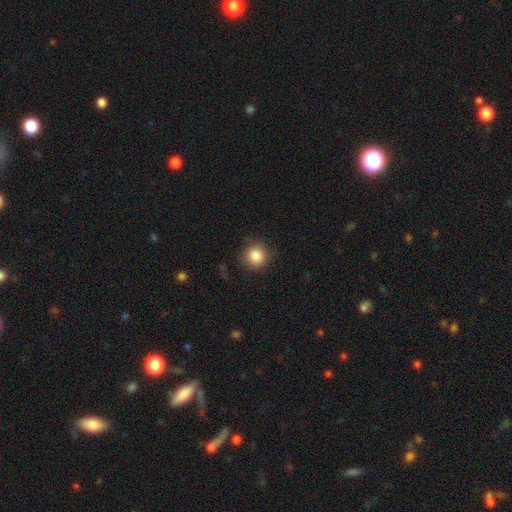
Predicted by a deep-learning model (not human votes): A smooth galaxy with no disk features (85%) that is round (91%).

Vote fractions:
- Smooth or featured? smooth: 85% / star or artifact: 10% / featured or disk: 5%
- How rounded? round: 91% / in between: 8% / cigar-shaped: 1%
- Merging? none: 83% / minor disturbance: 12% / major disturbance: 3% / merger: 1%